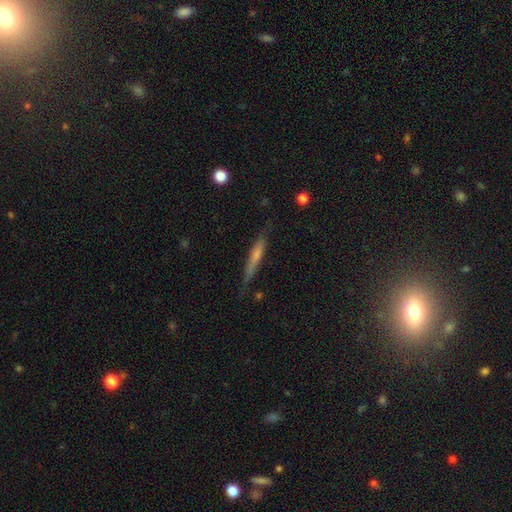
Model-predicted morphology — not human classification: A smooth galaxy with no disk features (51%) that is cigar-shaped (93%).

Vote fractions:
- Smooth or featured? smooth: 51% / featured or disk: 42% / star or artifact: 7%
- How rounded? cigar-shaped: 93% / in between: 5% / round: 2%
- Merging? none: 78% / minor disturbance: 17% / major disturbance: 3% / merger: 2%